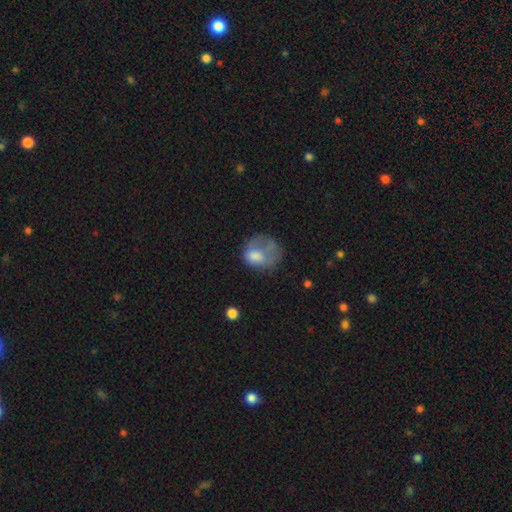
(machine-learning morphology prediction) Smooth or featured? smooth (61%)
How rounded? round (51%)
Merging? major disturbance (39%)